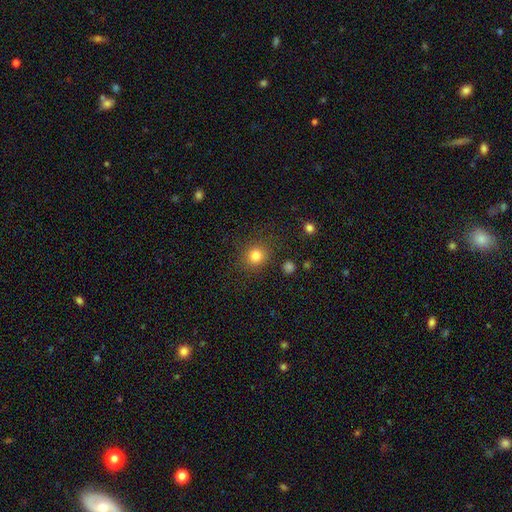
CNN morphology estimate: type=smooth (82%); roundness=round (89%); merging=none (86%).